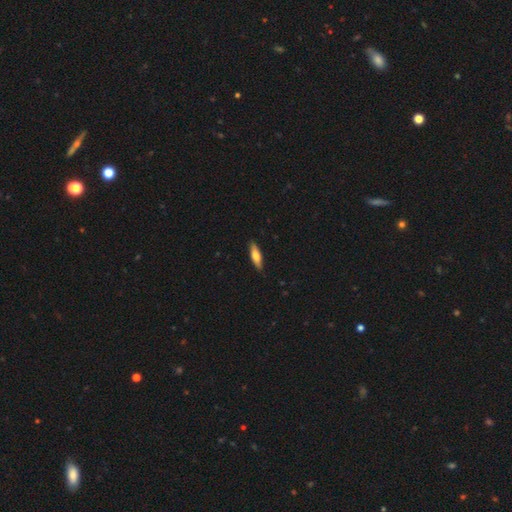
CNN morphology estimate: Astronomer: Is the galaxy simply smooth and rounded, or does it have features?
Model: smooth — 70%.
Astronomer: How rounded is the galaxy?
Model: cigar-shaped — 55% (runner-up: in between, 43%).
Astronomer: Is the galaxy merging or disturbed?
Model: none — 88%.